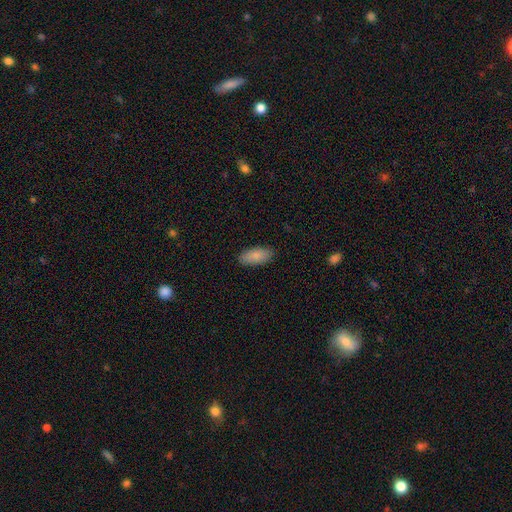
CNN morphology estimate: Smooth or featured: smooth — 87% (featured or disk — 7%)
How rounded: in between — 90% (cigar-shaped — 9%)
Merging: none — 87% (minor disturbance — 10%)